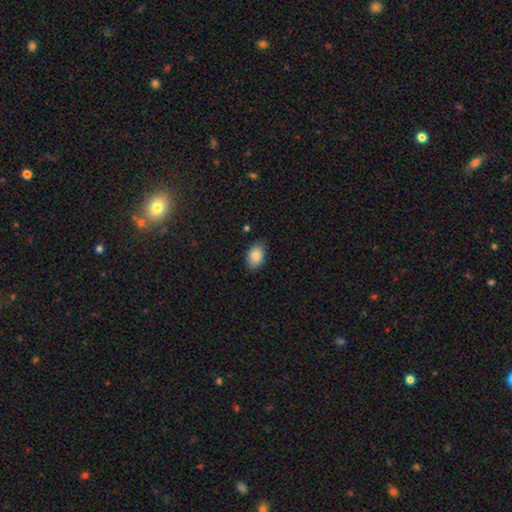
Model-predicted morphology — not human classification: A smooth galaxy with no disk features (85%) that is in between round and cigar-shaped (87%).

Vote fractions:
- Smooth or featured? smooth: 85% / star or artifact: 8% / featured or disk: 8%
- How rounded? in between: 87% / round: 12% / cigar-shaped: 1%
- Merging? none: 82% / minor disturbance: 14% / major disturbance: 2% / merger: 1%